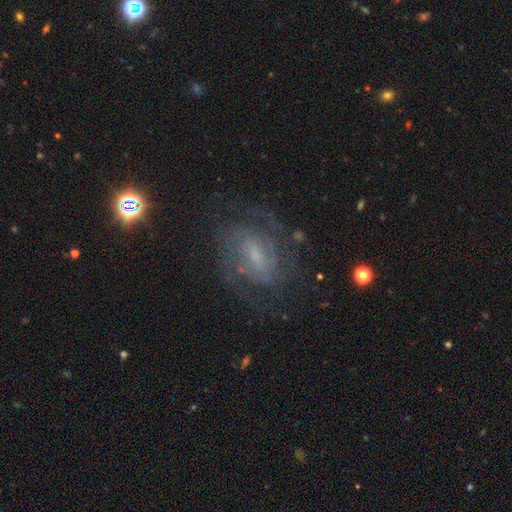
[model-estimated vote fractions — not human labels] A featured or disk galaxy (77%) with a weak bar (52%), 2 (42%) tight (46%) spiral arms (90%) and a small central bulge (56%). Merging: none (70%).